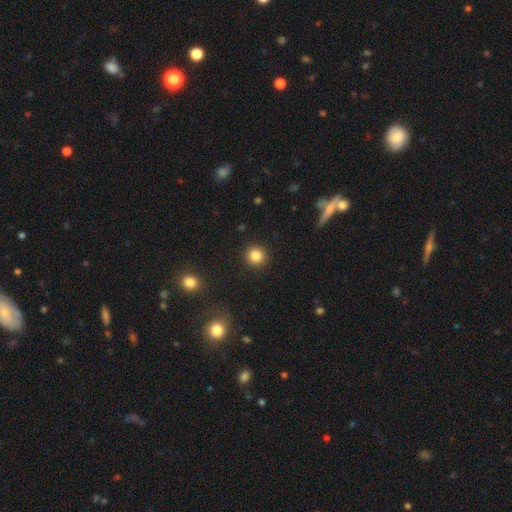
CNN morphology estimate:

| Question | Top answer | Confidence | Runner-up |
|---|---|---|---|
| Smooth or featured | smooth | 85% | star or artifact (11%) |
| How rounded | round | 93% | in between (6%) |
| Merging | none | 92% | minor disturbance (5%) |